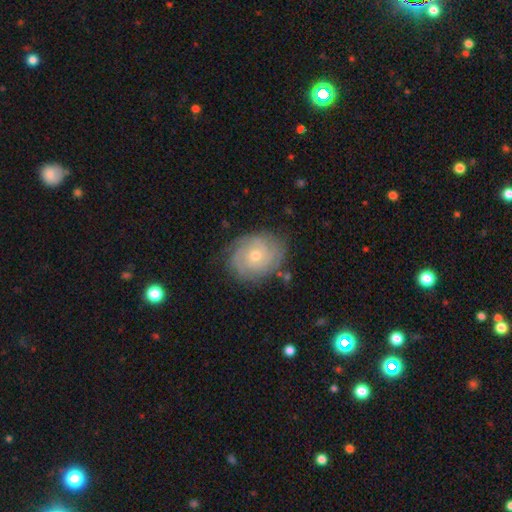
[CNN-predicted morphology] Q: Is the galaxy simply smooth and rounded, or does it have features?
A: featured or disk — 79%.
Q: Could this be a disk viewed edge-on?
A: no — 97%.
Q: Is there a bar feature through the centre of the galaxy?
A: no — 78%.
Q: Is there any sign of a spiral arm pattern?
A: yes — 95%.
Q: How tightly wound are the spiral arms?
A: tight — 76%.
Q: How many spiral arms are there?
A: can't tell — 34%.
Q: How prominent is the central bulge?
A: small — 50%.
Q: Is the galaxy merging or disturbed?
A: none — 81%.